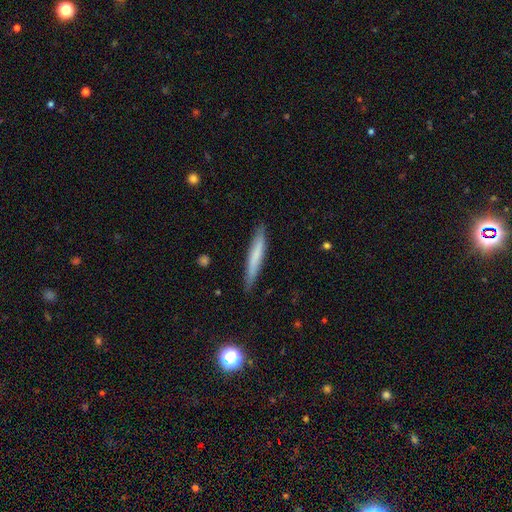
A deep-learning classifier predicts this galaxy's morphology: The model was most divided on "smooth or featured": smooth: 66%, featured or disk: 27%, star or artifact: 7%. More confident: how rounded — cigar-shaped (94%); merging — none (85%).